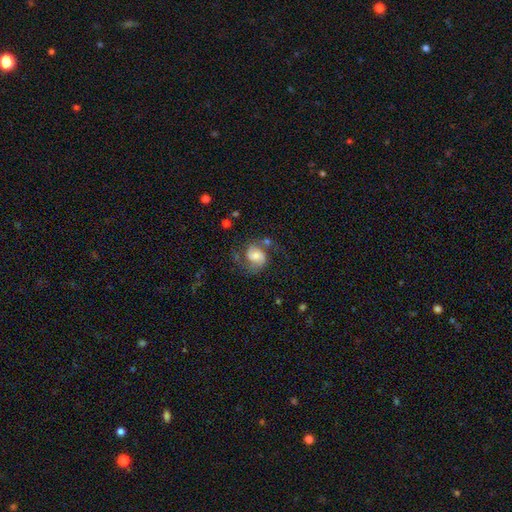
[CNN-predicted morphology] Smooth or featured?
  - featured or disk: 68% *
  - smooth: 23%
  - star or artifact: 8%
Edge-on disk?
  - no: 98% *
  - yes: 2%
Bar?
  - no: 53% *
  - weak: 37%
  - strong: 10%
Spiral arms?
  - yes: 91% *
  - no: 9%
Spiral winding?
  - medium: 50% *
  - loose: 32%
  - tight: 18%
Spiral arm count?
  - 2: 86% *
  - can't tell: 5%
  - 1: 5%
  - 3: 2%
  - 4: 1%
  - more than 4: 1%
Bulge size?
  - moderate: 45% *
  - small: 33%
  - large: 13%
  - none: 6%
  - dominant: 3%
Merging?
  - none: 54% *
  - minor disturbance: 20%
  - major disturbance: 19%
  - merger: 7%